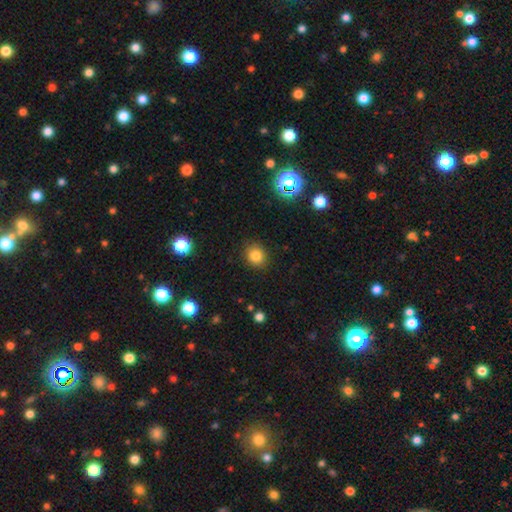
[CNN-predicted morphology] smooth 82%, star or artifact 12%, featured or disk 6%. Down the decision tree: how rounded — round (79%); merging — none (88%).